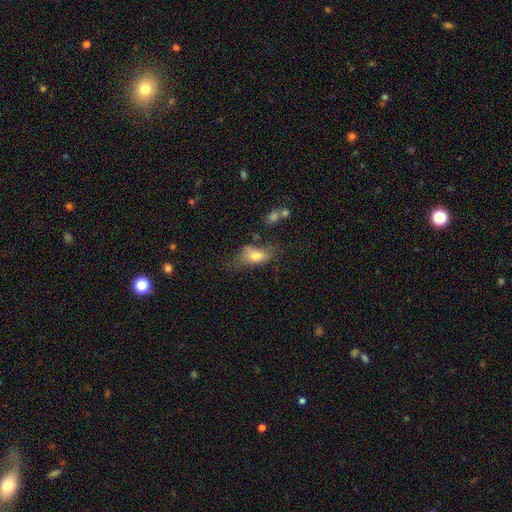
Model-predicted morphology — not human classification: A smooth galaxy with no disk features (72%) that is in between round and cigar-shaped (83%).

Vote fractions:
- Smooth or featured? smooth: 72% / featured or disk: 19% / star or artifact: 8%
- How rounded? in between: 83% / cigar-shaped: 8% / round: 8%
- Merging? none: 41% / minor disturbance: 31% / major disturbance: 20% / merger: 8%